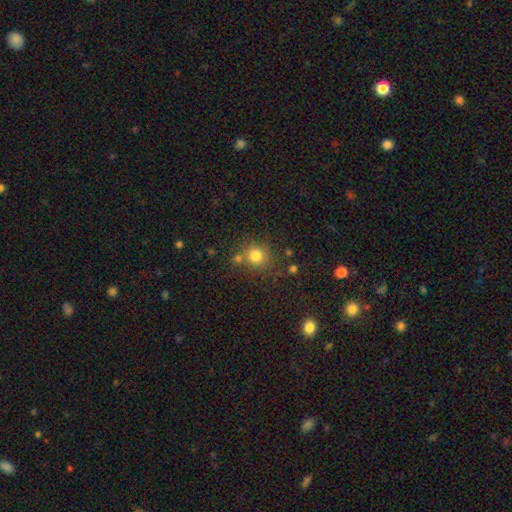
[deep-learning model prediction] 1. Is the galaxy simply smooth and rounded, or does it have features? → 78% smooth, 14% star or artifact, 7% featured or disk.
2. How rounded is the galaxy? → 87% round, 12% in between, 1% cigar-shaped.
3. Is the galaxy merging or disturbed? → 71% none, 12% merger, 12% minor disturbance, 5% major disturbance.